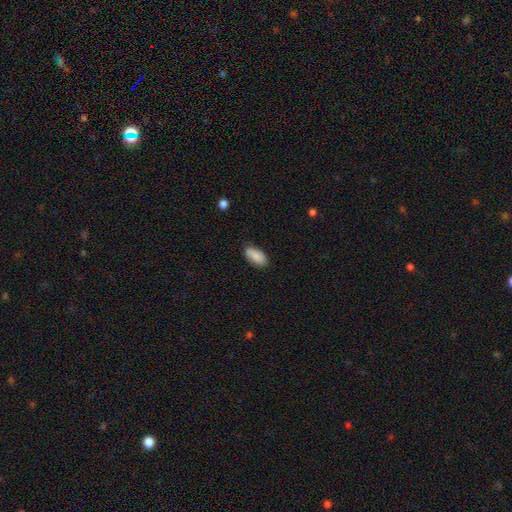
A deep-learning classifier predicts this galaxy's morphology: smooth_or_featured: smooth (p=0.86) [alt: featured or disk p=0.07]
how_rounded: in between (p=0.92) [alt: cigar-shaped p=0.05]
merging: none (p=0.78) [alt: minor disturbance p=0.17]